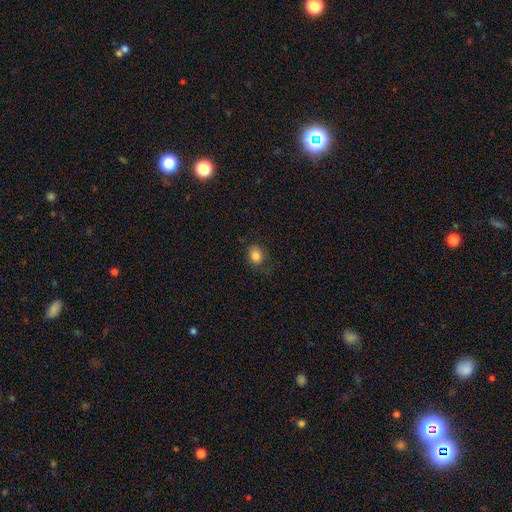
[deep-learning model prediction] A smooth galaxy with no disk features (84%) that is in between round and cigar-shaped (53%). Merging: none (75%).